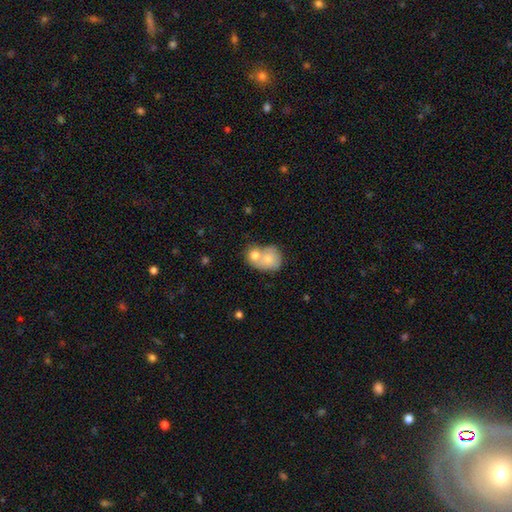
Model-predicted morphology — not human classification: smooth 60%, featured or disk 28%, star or artifact 12%. Down the decision tree: how rounded — round (69%); merging — merger (56%).